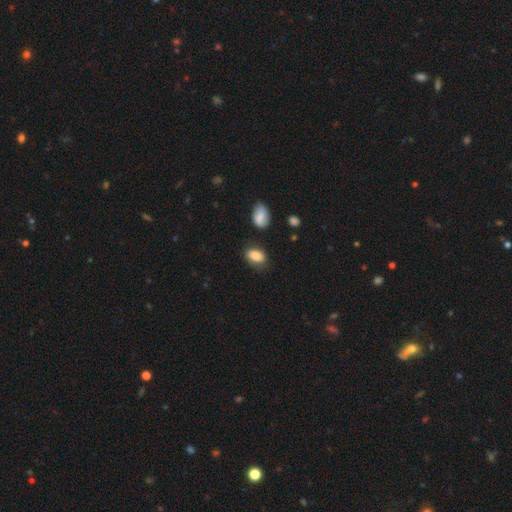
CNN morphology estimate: This is clearly a smooth galaxy (83%). How rounded: clearly in between (86%). Merging: likely none (76%).